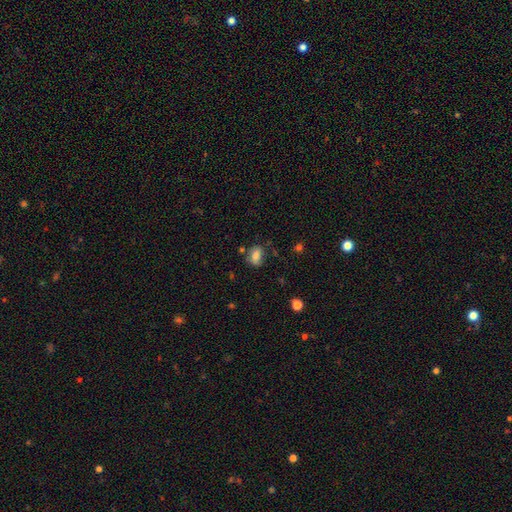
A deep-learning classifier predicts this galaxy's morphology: The model was most divided on "merging": none: 70%, minor disturbance: 18%, merger: 6%, major disturbance: 5%. More confident: smooth or featured — smooth (78%); how rounded — in between (76%).